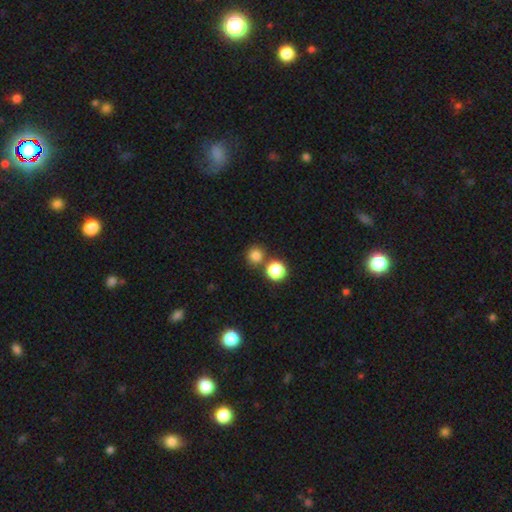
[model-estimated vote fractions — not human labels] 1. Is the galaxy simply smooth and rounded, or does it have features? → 80% smooth, 15% star or artifact, 5% featured or disk.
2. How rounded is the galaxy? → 90% round, 9% in between, 1% cigar-shaped.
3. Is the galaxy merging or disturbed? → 69% none, 21% merger, 7% minor disturbance, 3% major disturbance.